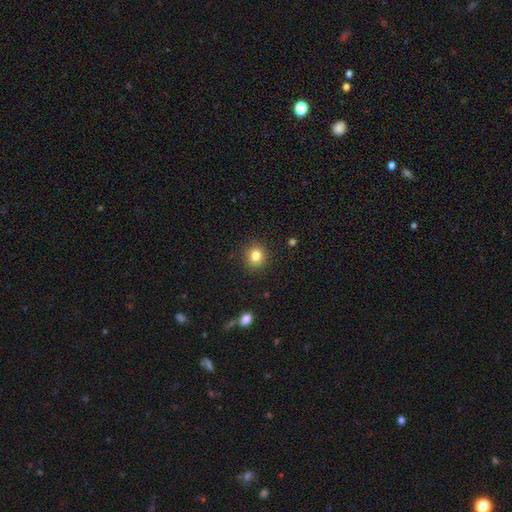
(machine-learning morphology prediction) A smooth galaxy with no disk features (83%) that is round (82%).

Vote fractions:
- Smooth or featured? smooth: 83% / star or artifact: 11% / featured or disk: 6%
- How rounded? round: 82% / in between: 17% / cigar-shaped: 1%
- Merging? none: 89% / minor disturbance: 7% / major disturbance: 2% / merger: 1%